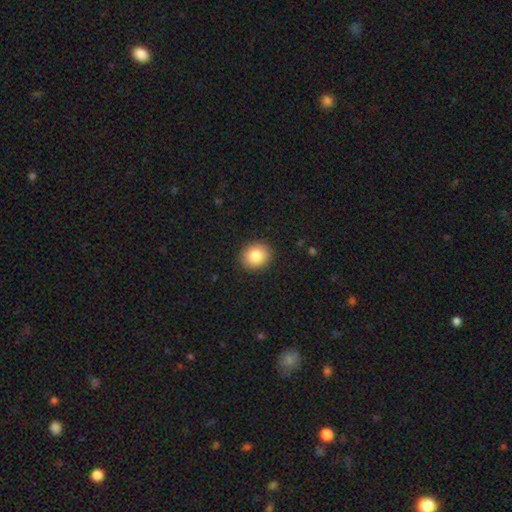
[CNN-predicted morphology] smooth 84%, star or artifact 9%, featured or disk 8%. Down the decision tree: how rounded — round (71%); merging — none (91%).